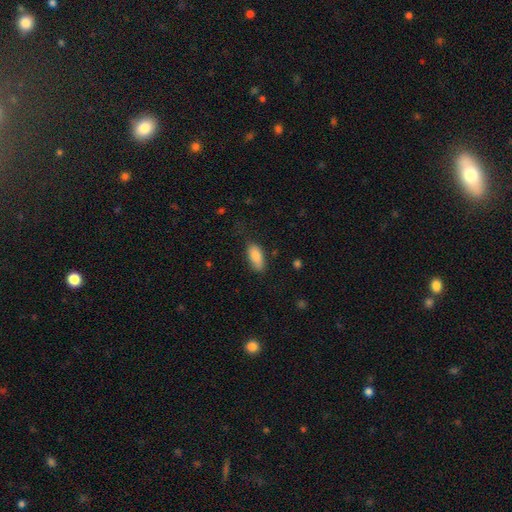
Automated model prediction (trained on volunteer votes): The model was most divided on "merging": none: 70%, minor disturbance: 22%, major disturbance: 6%, merger: 2%. More confident: how rounded — in between (86%); smooth or featured — smooth (85%).